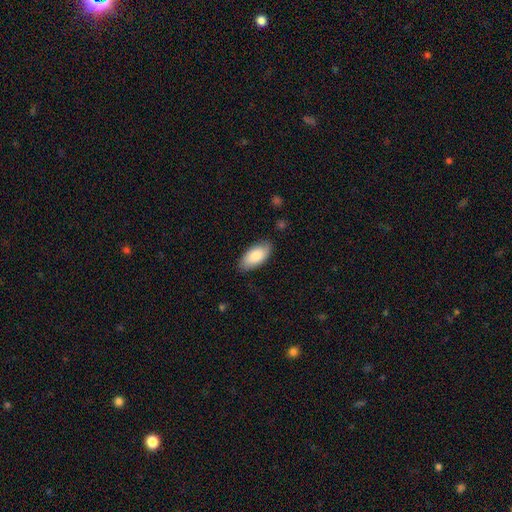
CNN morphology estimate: smooth 83%, featured or disk 11%, star or artifact 6%. Down the decision tree: how rounded — in between (93%); merging — none (83%).